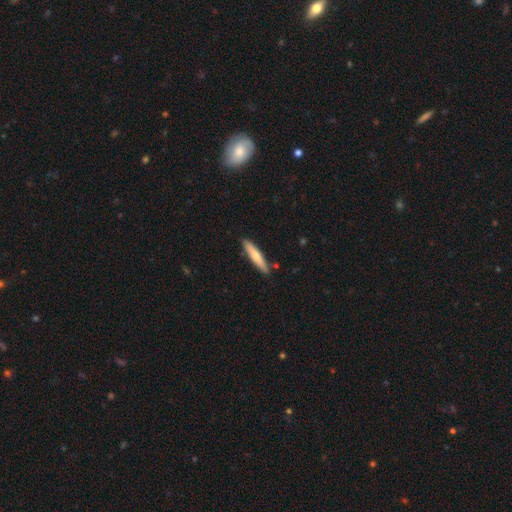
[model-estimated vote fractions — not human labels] Q: Smooth or featured?
A: smooth (65%); runner-up: featured or disk (30%)
Q: How rounded?
A: cigar-shaped (89%); runner-up: in between (9%)
Q: Merging?
A: none (87%); runner-up: minor disturbance (9%)